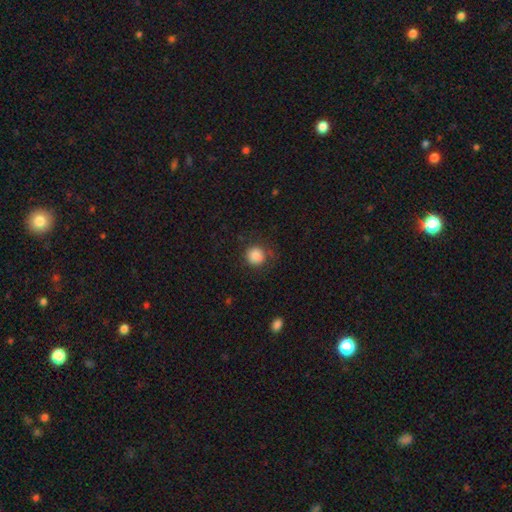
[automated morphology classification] Q: Smooth or featured?
A: smooth (86%); runner-up: star or artifact (9%)
Q: How rounded?
A: round (91%); runner-up: in between (8%)
Q: Merging?
A: none (75%); runner-up: minor disturbance (16%)